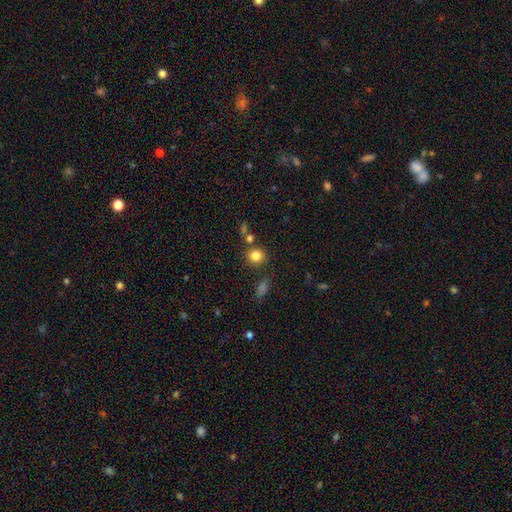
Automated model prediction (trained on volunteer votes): Smooth or featured? Predicted: smooth (p=0.82). How rounded? Predicted: round (p=0.86). Merging? Predicted: none (p=0.79).